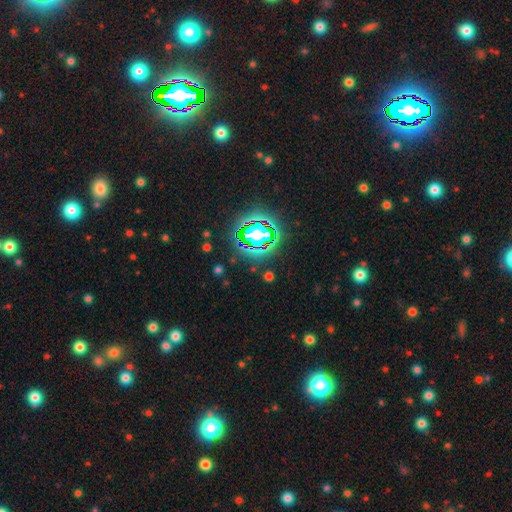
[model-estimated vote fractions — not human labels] This is clearly a star or artifact rather than a galaxy (81%).